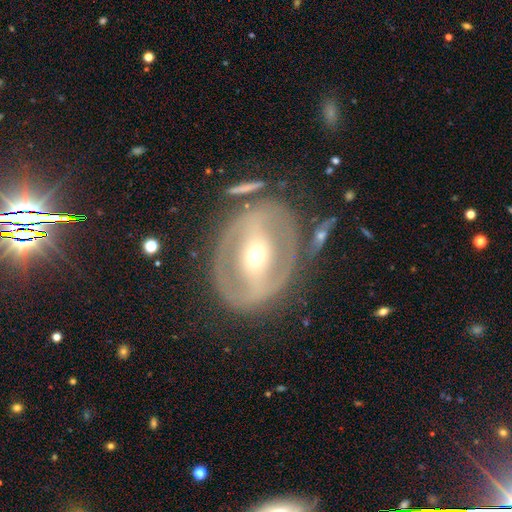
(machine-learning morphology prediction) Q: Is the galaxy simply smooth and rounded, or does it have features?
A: featured or disk — 76%.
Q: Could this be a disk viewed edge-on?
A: no — 93%.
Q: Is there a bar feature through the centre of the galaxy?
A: strong — 54%.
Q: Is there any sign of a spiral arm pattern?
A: no — 55%.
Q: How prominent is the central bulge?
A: moderate — 57%.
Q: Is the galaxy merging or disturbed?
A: none — 73%.